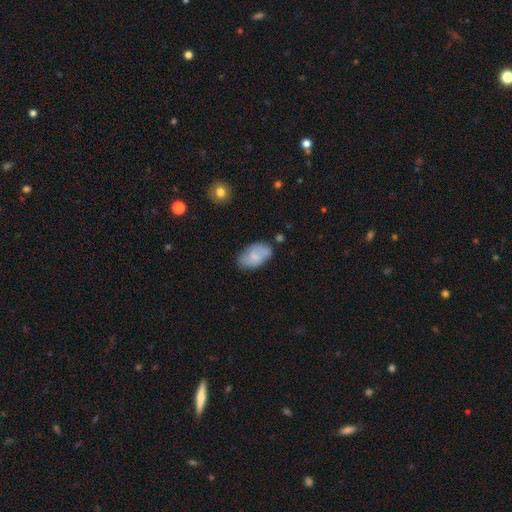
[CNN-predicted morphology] The model was most divided on "merging": none: 64%, minor disturbance: 25%, major disturbance: 6%, merger: 4%. More confident: how rounded — in between (93%); smooth or featured — smooth (71%).